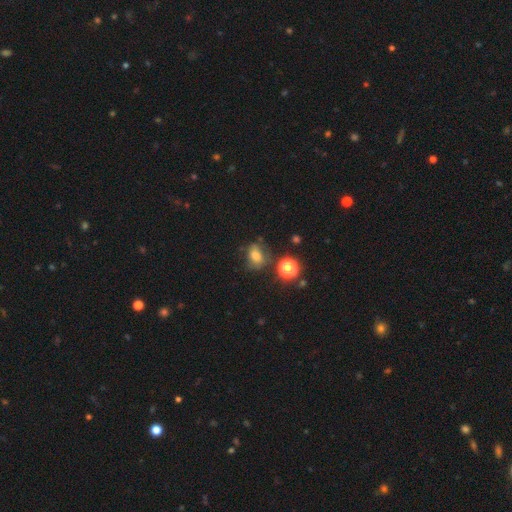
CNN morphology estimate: A smooth galaxy with no disk features (70%) that is in between round and cigar-shaped (63%).

Vote fractions:
- Smooth or featured? smooth: 70% / star or artifact: 18% / featured or disk: 13%
- How rounded? in between: 63% / round: 35% / cigar-shaped: 2%
- Merging? none: 57% / minor disturbance: 24% / major disturbance: 11% / merger: 8%